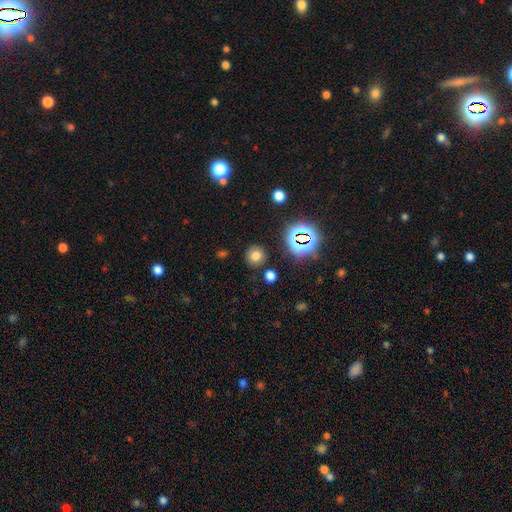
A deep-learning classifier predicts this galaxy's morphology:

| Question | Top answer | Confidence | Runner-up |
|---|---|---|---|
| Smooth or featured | smooth | 71% | star or artifact (20%) |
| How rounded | round | 90% | in between (9%) |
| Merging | none | 86% | minor disturbance (7%) |